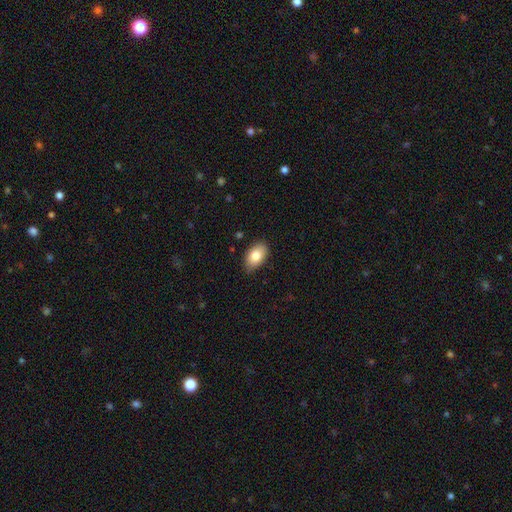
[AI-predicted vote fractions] The model was most divided on "merging": none: 81%, minor disturbance: 15%, major disturbance: 2%, merger: 1%. More confident: how rounded — in between (92%); smooth or featured — smooth (81%).